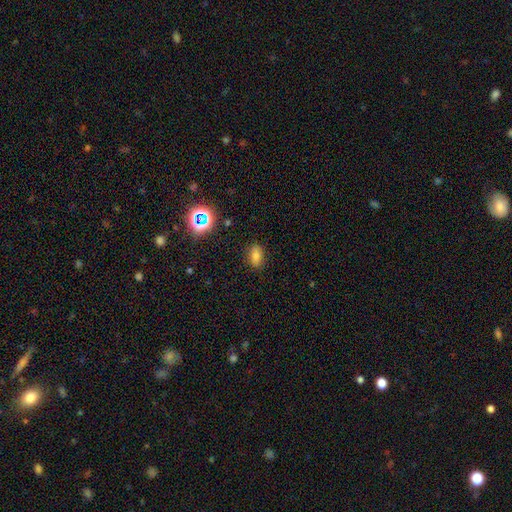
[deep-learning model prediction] smooth 76%, star or artifact 16%, featured or disk 8%. Down the decision tree: how rounded — in between (85%); merging — none (86%).